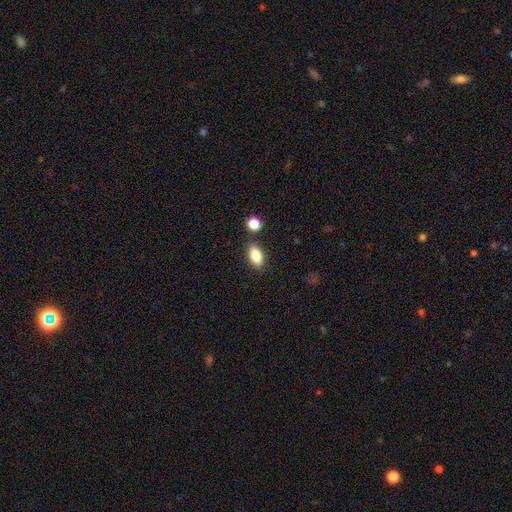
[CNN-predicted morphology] Smooth or featured: smooth — 84% (featured or disk — 8%)
How rounded: in between — 88% (round — 7%)
Merging: none — 81% (minor disturbance — 11%)